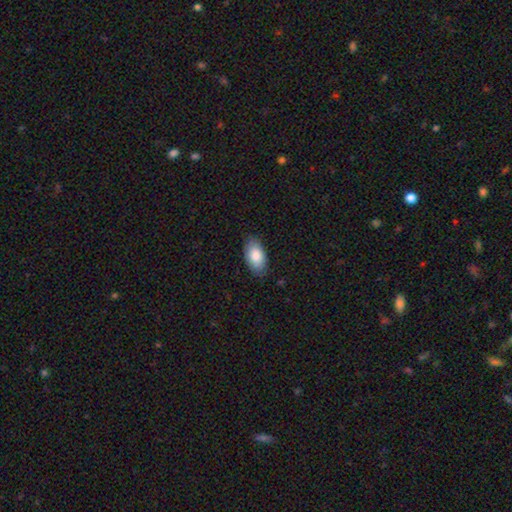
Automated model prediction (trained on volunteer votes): This is clearly a smooth galaxy (86%). How rounded: clearly in between (95%). Merging: clearly none (83%).